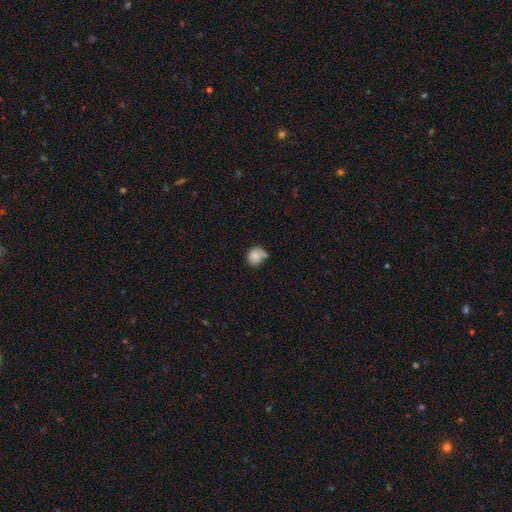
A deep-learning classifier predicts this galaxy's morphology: This is clearly a smooth galaxy (80%). How rounded: likely round (75%). Merging: possibly none (49%).